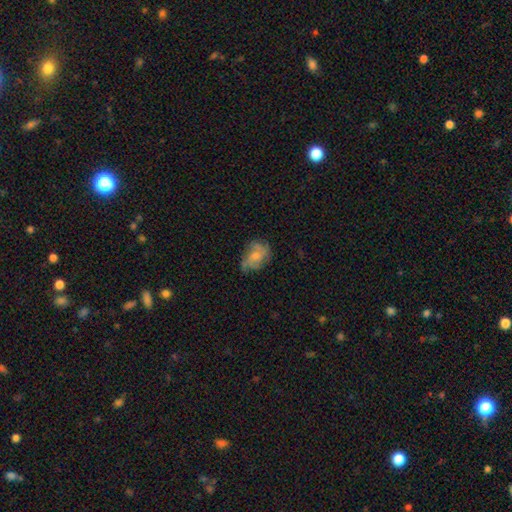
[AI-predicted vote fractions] Overall: featured or disk (46%; smooth 45%). Merging: none (58%; minor disturbance 26%).